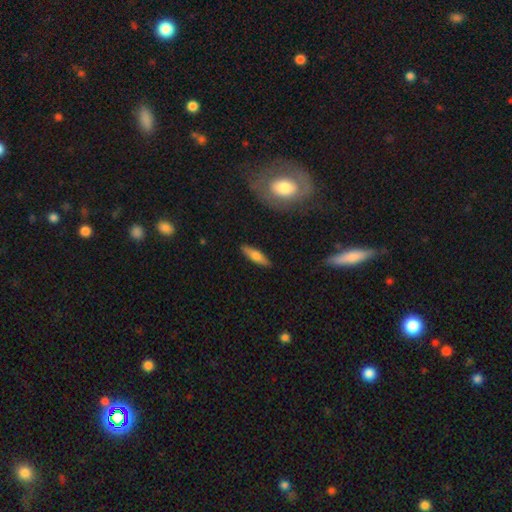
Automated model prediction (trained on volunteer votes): This appears to be a smooth galaxy with no disk features (65%) that is cigar-shaped (62%). Merging: none (87%).